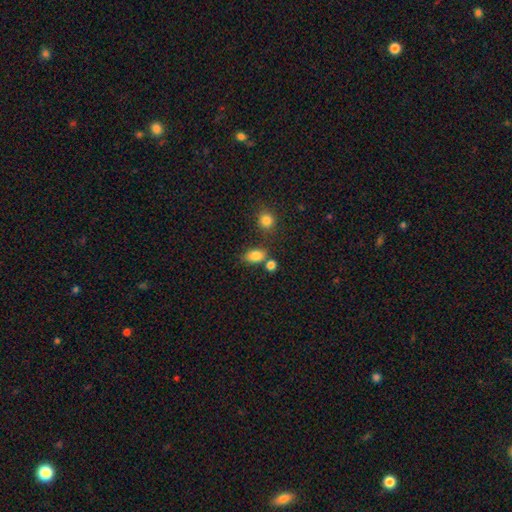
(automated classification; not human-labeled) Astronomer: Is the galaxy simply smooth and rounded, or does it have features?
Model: smooth — 83%.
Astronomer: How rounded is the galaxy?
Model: in between — 81%.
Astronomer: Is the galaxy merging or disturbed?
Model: none — 64%.